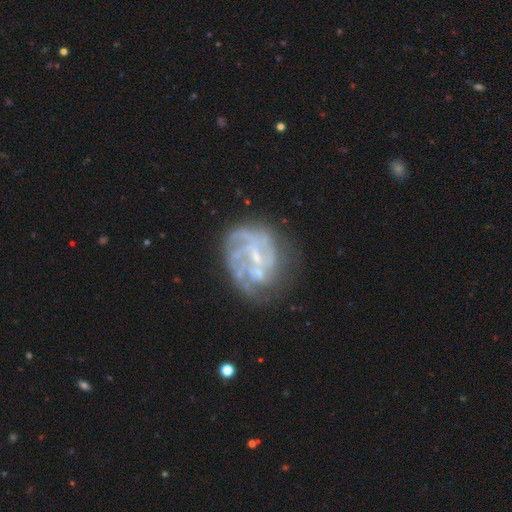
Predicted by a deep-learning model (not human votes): A featured or disk galaxy (80%) with a weak bar (45%), tight (45%) spiral arms (83%) and a small central bulge (60%).

Vote fractions:
- Smooth or featured? featured or disk: 80% / smooth: 10% / star or artifact: 9%
- Edge-on disk? no: 98% / yes: 2%
- Bar? weak: 45% / no: 42% / strong: 13%
- Spiral arms? yes: 83% / no: 17%
- Spiral winding? tight: 45% / medium: 39% / loose: 16%
- Spiral arm count? can't tell: 35% / 3: 22% / 4: 18% / 2: 12% / more than 4: 7% / 1: 6%
- Bulge size? small: 60% / none: 22% / moderate: 16% / large: 1% / dominant: 1%
- Merging? none: 57% / minor disturbance: 20% / major disturbance: 18% / merger: 5%